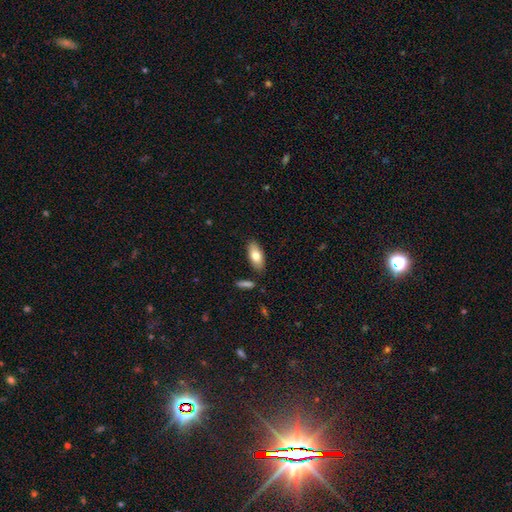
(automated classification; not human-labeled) Q: Smooth or featured?
A: smooth (78%); runner-up: featured or disk (16%)
Q: How rounded?
A: in between (87%); runner-up: cigar-shaped (11%)
Q: Merging?
A: none (84%); runner-up: minor disturbance (11%)